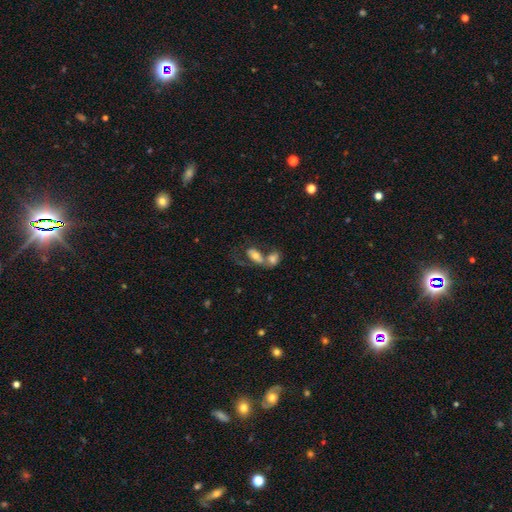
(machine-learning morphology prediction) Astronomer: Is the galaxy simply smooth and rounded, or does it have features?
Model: smooth — 62%.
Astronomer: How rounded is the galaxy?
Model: in between — 87%.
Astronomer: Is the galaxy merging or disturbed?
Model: merger — 65%.